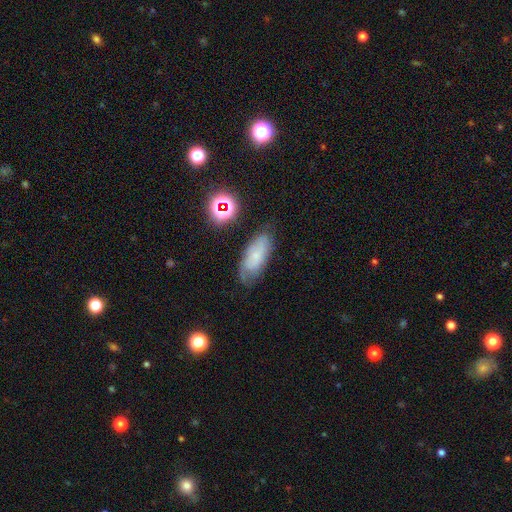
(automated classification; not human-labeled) Overall: smooth (49%; featured or disk 39%). Merging: none (66%).